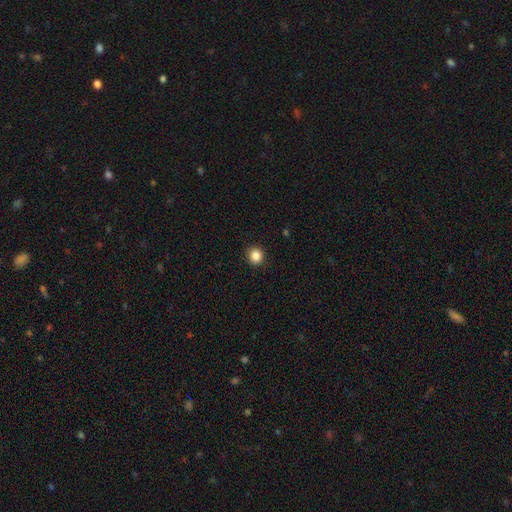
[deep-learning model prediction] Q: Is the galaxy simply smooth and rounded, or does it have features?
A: smooth — 86%.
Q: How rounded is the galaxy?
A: round — 88%.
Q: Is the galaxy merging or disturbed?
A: none — 92%.